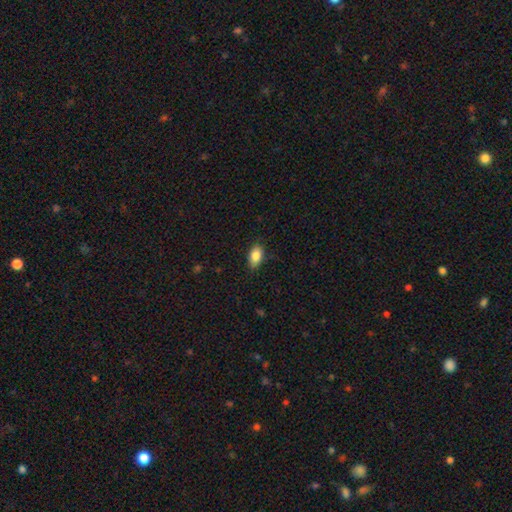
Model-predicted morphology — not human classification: Smooth or featured: smooth — 85% (featured or disk — 8%)
How rounded: in between — 90% (round — 6%)
Merging: none — 82% (minor disturbance — 14%)